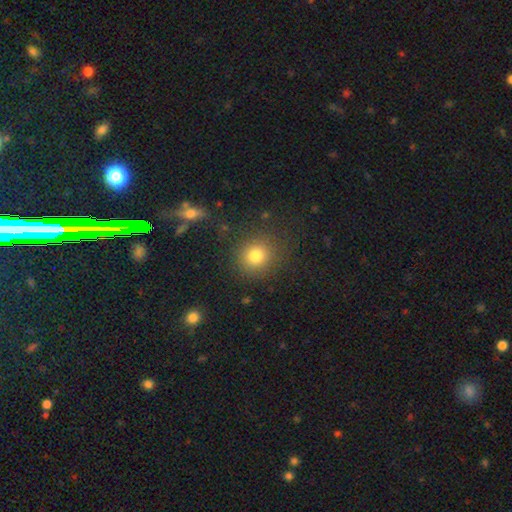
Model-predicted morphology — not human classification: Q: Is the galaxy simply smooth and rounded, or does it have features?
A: smooth — 78%.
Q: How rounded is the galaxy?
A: round — 87%.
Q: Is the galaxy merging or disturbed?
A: none — 85%.